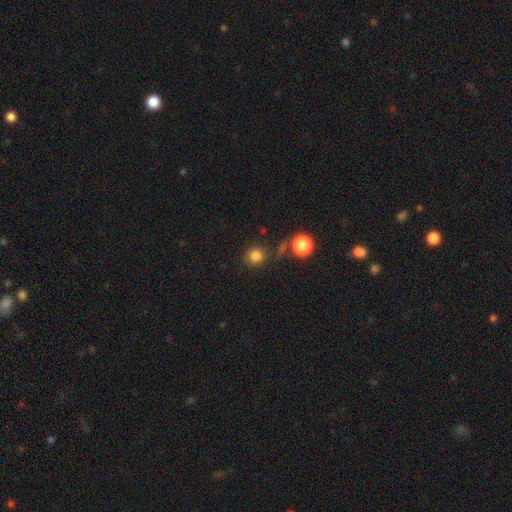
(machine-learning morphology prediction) type=smooth (81%); roundness=round (87%); merging=none (74%).